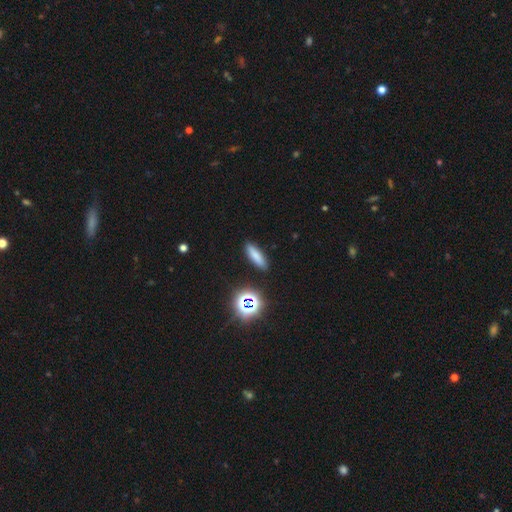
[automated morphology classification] The model was most divided on "how rounded": cigar-shaped: 59%, in between: 36%, round: 4%. More confident: merging — none (88%); smooth or featured — smooth (74%).